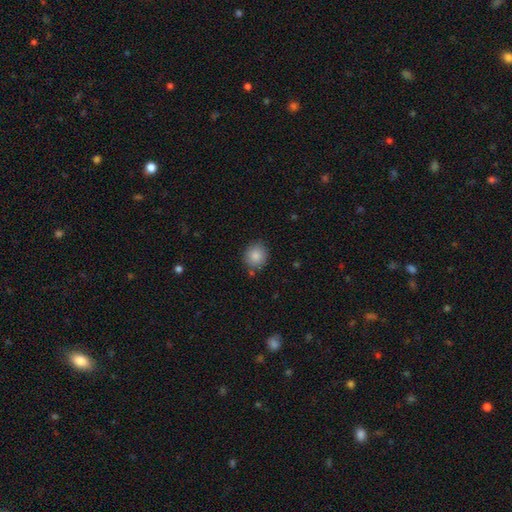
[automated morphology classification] type=smooth (86%); roundness=round (83%); merging=none (83%).